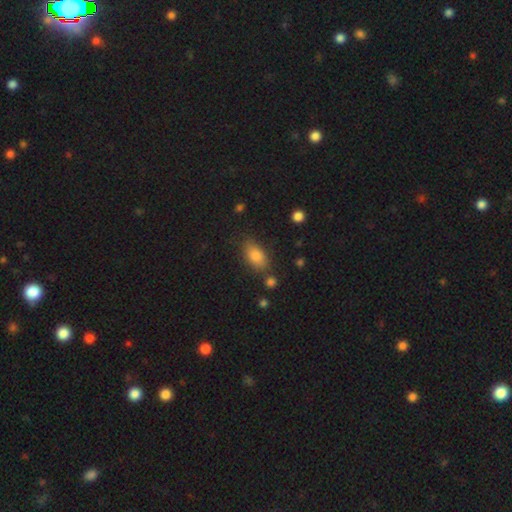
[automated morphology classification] The model was most divided on "merging": none: 75%, minor disturbance: 16%, merger: 5%, major disturbance: 5%. More confident: how rounded — in between (88%); smooth or featured — smooth (83%).